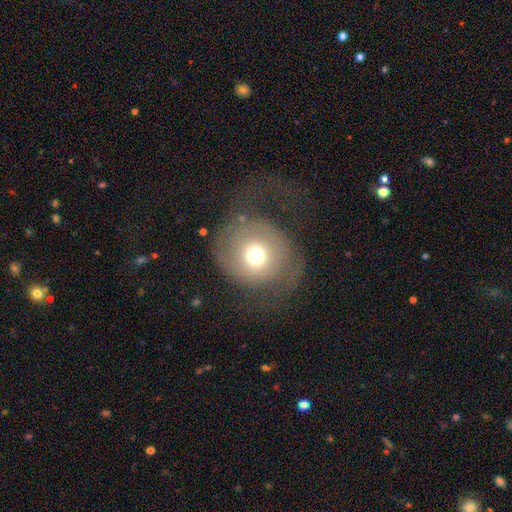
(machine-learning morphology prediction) Smooth or featured: smooth — 58% (featured or disk — 30%)
How rounded: round — 86% (in between — 13%)
Merging: none — 48% (major disturbance — 30%)